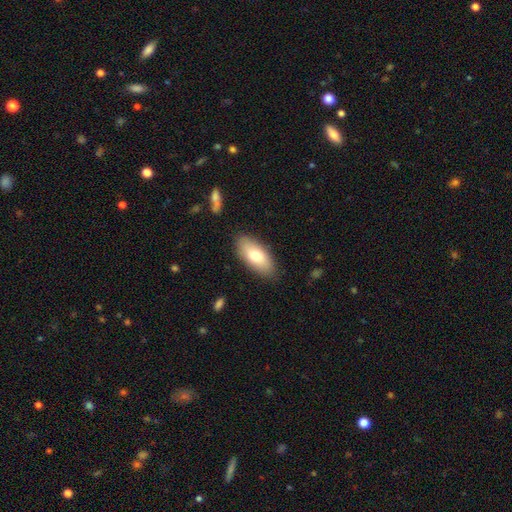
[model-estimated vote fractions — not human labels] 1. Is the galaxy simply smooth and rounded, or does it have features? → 74% smooth, 20% featured or disk, 6% star or artifact.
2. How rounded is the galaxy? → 87% in between, 10% cigar-shaped, 3% round.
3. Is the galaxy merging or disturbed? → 86% none, 11% minor disturbance, 3% major disturbance, 1% merger.